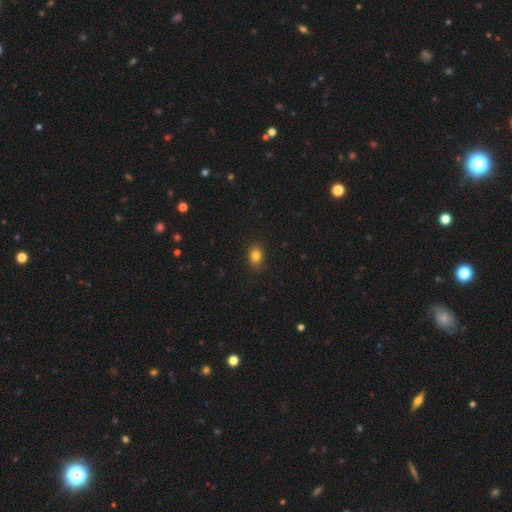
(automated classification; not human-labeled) A smooth galaxy with no disk features (84%) that is in between round and cigar-shaped (53%). Merging: none (87%).